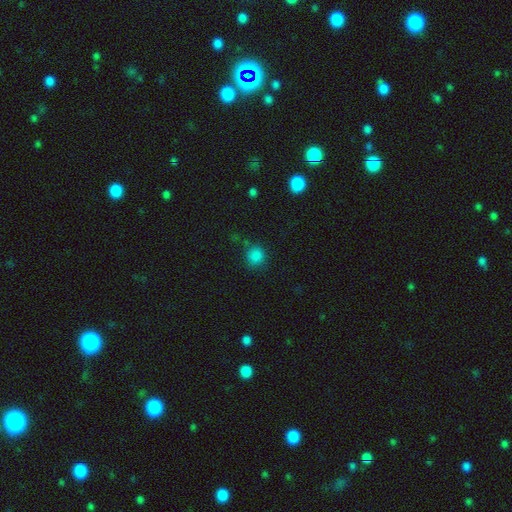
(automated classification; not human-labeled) Morphology: type=smooth (83%); roundness=round (85%); merging=none (76%).